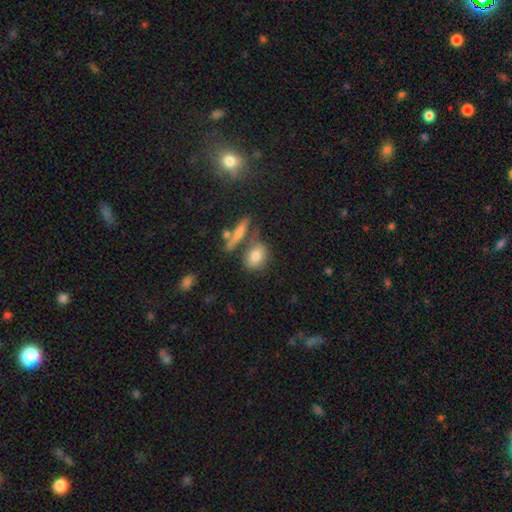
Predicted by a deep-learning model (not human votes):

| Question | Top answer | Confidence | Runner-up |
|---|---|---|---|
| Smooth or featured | smooth | 78% | featured or disk (13%) |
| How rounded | in between | 60% | round (31%) |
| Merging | none | 54% | merger (23%) |